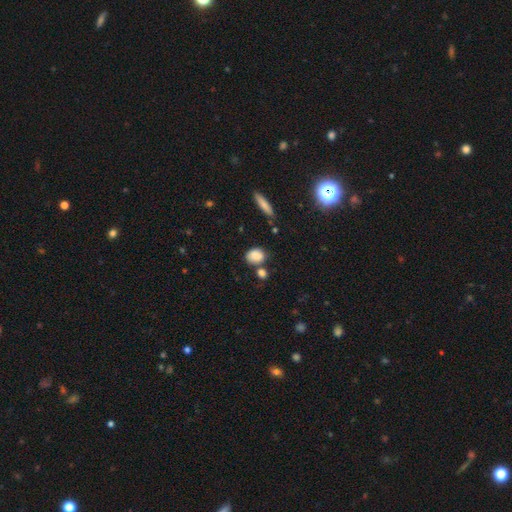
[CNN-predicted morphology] Smooth or featured?
  - smooth: 85% *
  - star or artifact: 9%
  - featured or disk: 6%
How rounded?
  - in between: 53% *
  - round: 44%
  - cigar-shaped: 3%
Merging?
  - none: 64% *
  - minor disturbance: 16%
  - merger: 16%
  - major disturbance: 5%